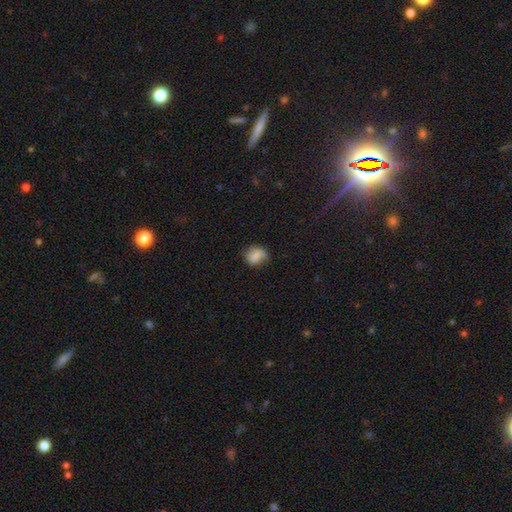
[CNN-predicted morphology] A smooth galaxy with no disk features (79%) that is round (60%).

Vote fractions:
- Smooth or featured? smooth: 79% / featured or disk: 12% / star or artifact: 9%
- How rounded? round: 60% / in between: 38% / cigar-shaped: 1%
- Merging? none: 69% / minor disturbance: 23% / major disturbance: 6% / merger: 1%